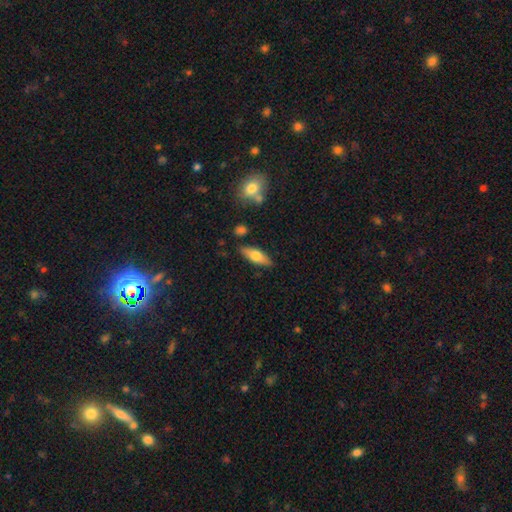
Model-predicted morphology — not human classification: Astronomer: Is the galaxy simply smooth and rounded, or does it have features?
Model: smooth — 64%.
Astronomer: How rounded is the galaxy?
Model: in between — 60% (runner-up: cigar-shaped, 37%).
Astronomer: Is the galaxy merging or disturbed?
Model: none — 83%.